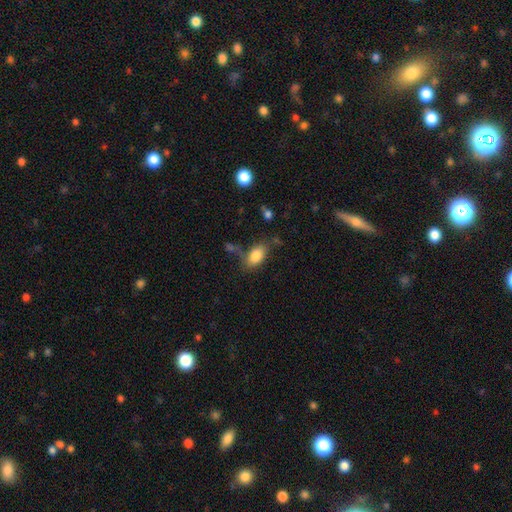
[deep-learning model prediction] This appears to be a smooth galaxy with no disk features (83%) that is in between round and cigar-shaped (90%). Merging: none (60%).